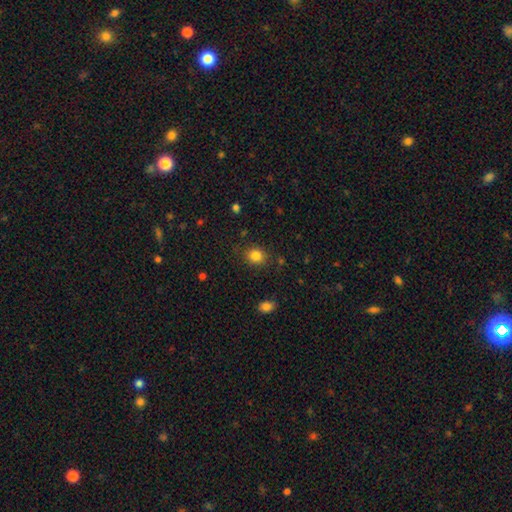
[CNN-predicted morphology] Smooth or featured: smooth — 83% (star or artifact — 12%)
How rounded: round — 67% (in between — 33%)
Merging: none — 83% (minor disturbance — 11%)